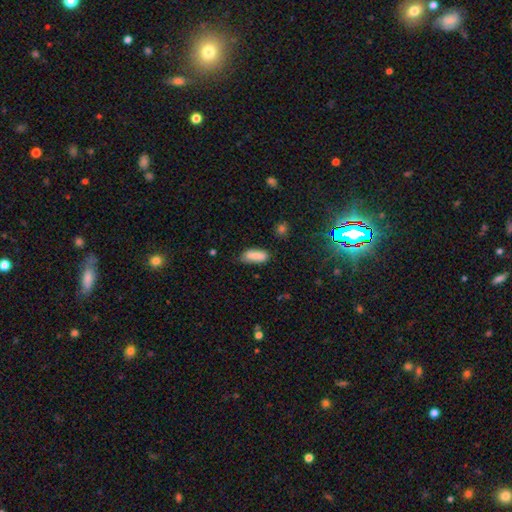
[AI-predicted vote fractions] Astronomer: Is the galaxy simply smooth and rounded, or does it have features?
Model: smooth — 85%.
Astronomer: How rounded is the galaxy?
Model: in between — 79%.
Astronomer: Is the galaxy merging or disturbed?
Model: none — 70%.